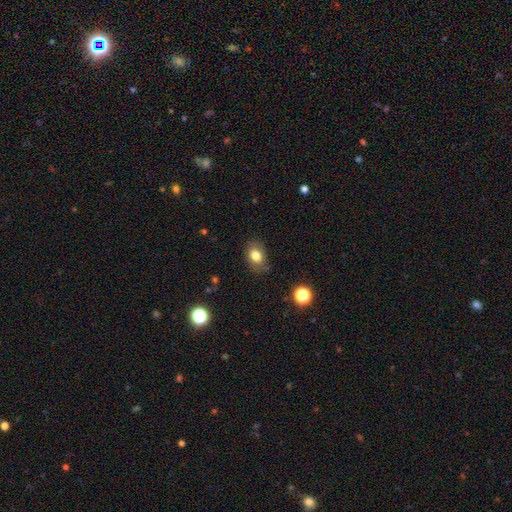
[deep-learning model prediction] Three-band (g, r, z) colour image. It shows a smooth galaxy with no disk features (79%) that is in between round and cigar-shaped (78%). Merging: none (80%).